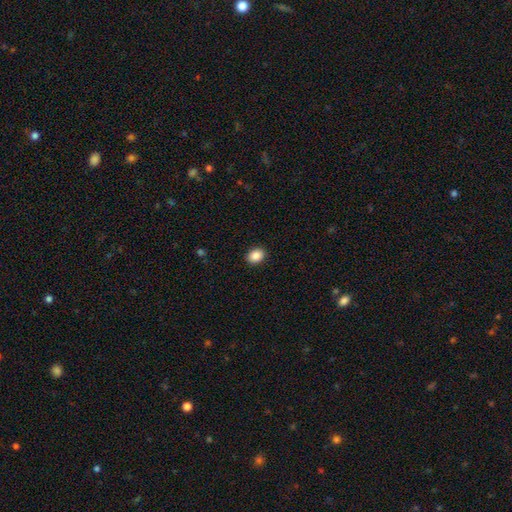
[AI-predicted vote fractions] Q: Smooth or featured?
A: smooth (88%); runner-up: star or artifact (8%)
Q: How rounded?
A: in between (64%); runner-up: round (36%)
Q: Merging?
A: none (91%); runner-up: minor disturbance (6%)